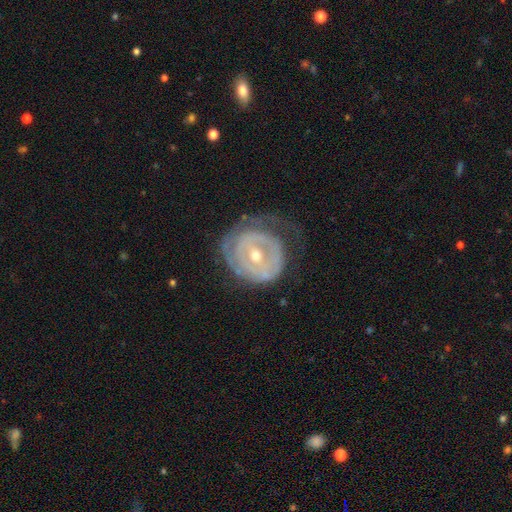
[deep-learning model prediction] smooth_or_featured: featured or disk (p=0.78) [alt: smooth p=0.15]
disk_edge_on: no (p=0.96) [alt: yes p=0.04]
bar: no (p=0.47) [alt: weak p=0.38]
has_spiral_arms: yes (p=0.75) [alt: no p=0.25]
spiral_winding: tight (p=0.74) [alt: medium p=0.18]
spiral_arm_count: can't tell (p=0.46) [alt: 2 p=0.25]
bulge_size: moderate (p=0.49) [alt: small p=0.48]
merging: none (p=0.54) [alt: minor disturbance p=0.23]